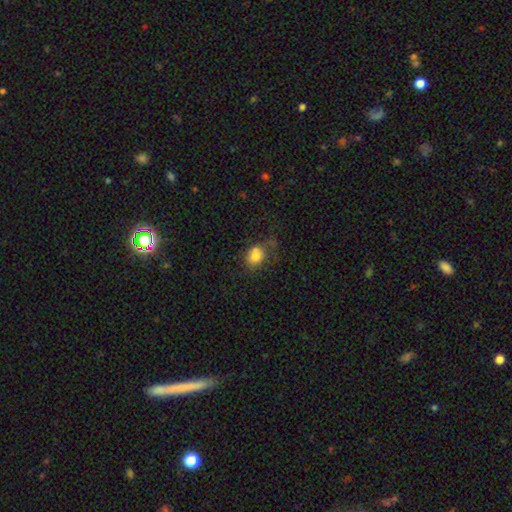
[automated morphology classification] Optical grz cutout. It shows a smooth galaxy with no disk features (78%) that is round (52%). Merging: none (52%).